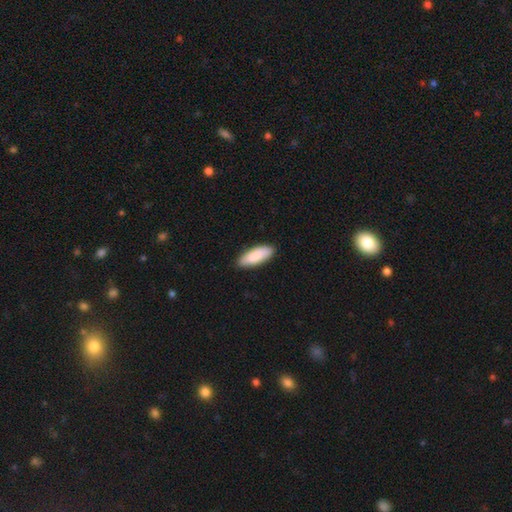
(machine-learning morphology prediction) The model was most divided on "how rounded": in between: 72%, cigar-shaped: 27%, round: 2%. More confident: merging — none (87%); smooth or featured — smooth (86%).